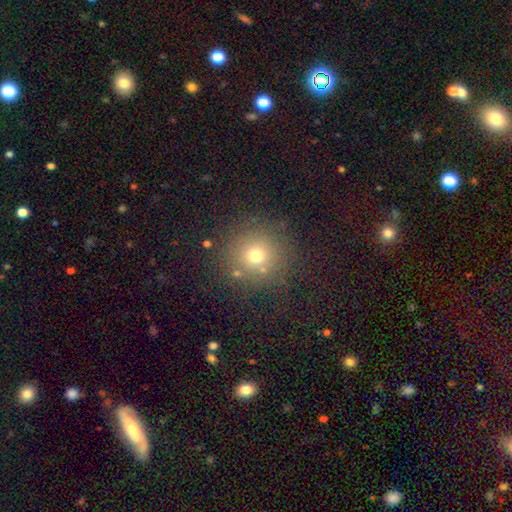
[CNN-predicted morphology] This appears to be a smooth galaxy with no disk features (68%) that is round (93%). Merging: none (82%).